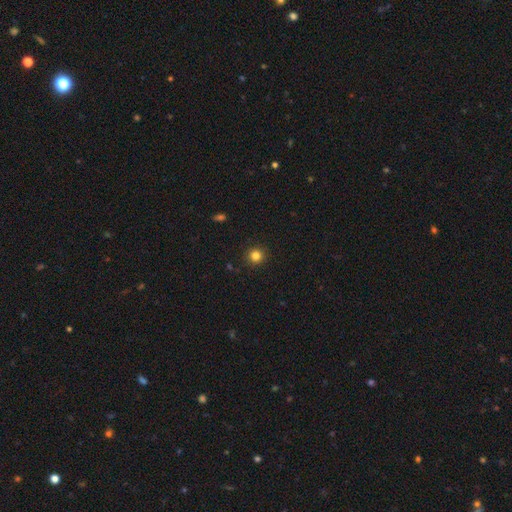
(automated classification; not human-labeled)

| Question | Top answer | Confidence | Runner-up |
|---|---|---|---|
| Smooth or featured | smooth | 83% | star or artifact (12%) |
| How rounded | round | 94% | in between (5%) |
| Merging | none | 91% | minor disturbance (6%) |